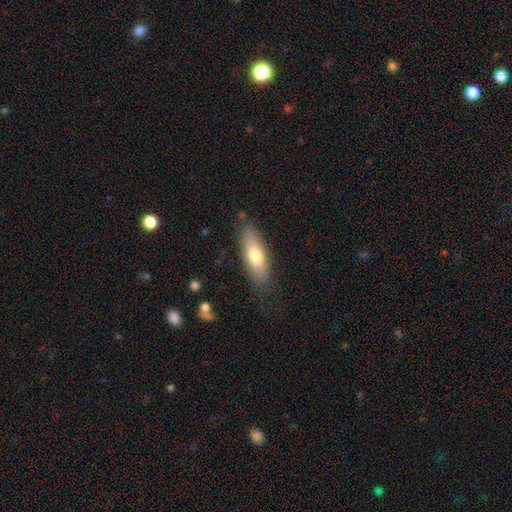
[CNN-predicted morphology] The model was most divided on "how rounded": in between: 59%, cigar-shaped: 38%, round: 3%. More confident: merging — none (82%); smooth or featured — smooth (68%).